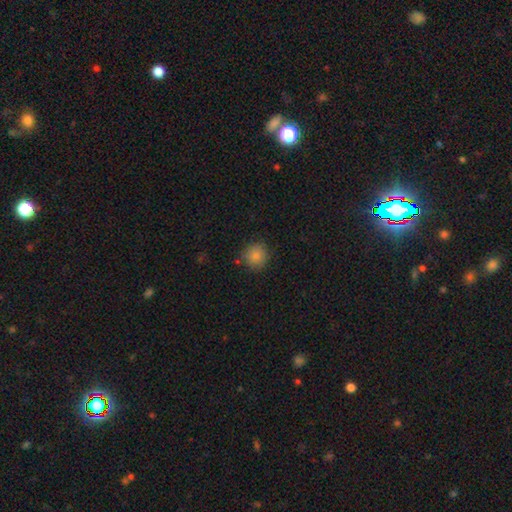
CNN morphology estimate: smooth-or-featured: smooth: 84% | star or artifact: 10% | featured or disk: 5%
  how-rounded: round: 91% | in between: 8% | cigar-shaped: 1%
  merging: none: 83% | minor disturbance: 11% | merger: 3% | major disturbance: 3%